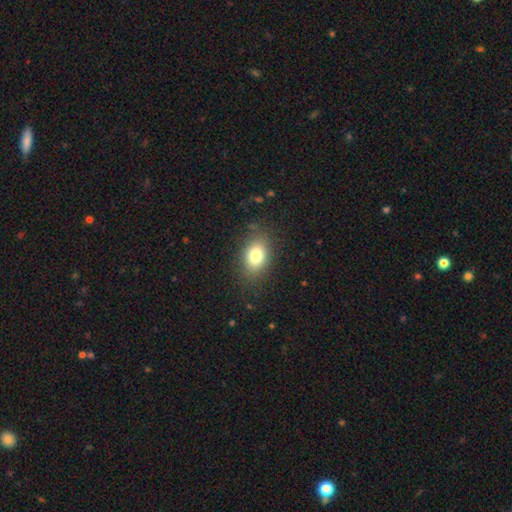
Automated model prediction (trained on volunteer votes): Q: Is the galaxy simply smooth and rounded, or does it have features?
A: smooth — 78%.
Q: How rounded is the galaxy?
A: in between — 77%.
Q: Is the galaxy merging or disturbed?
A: none — 82%.